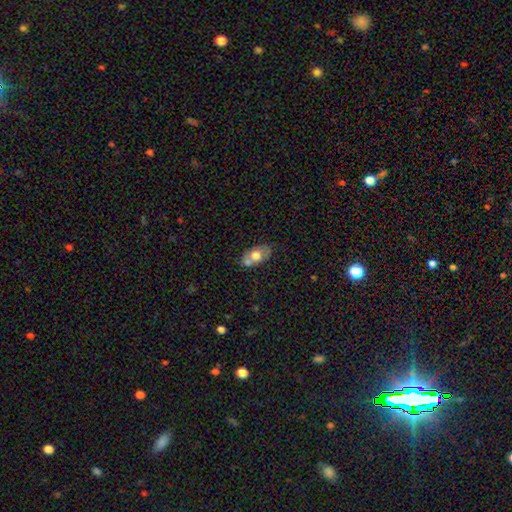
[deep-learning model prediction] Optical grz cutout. It shows a smooth galaxy with no disk features (64%) that is in between round and cigar-shaped (86%). Merging: none (52%).